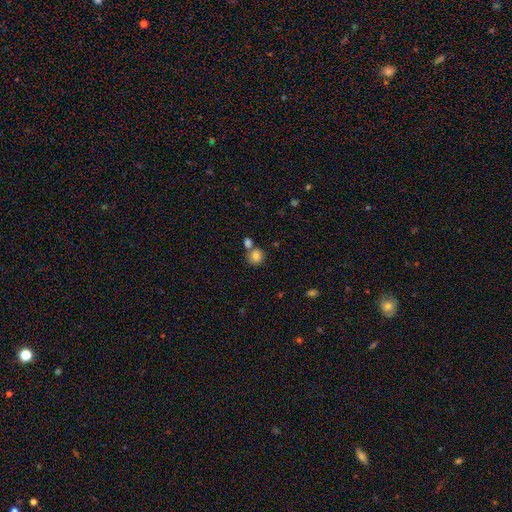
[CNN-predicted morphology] The model was most divided on "merging": none: 59%, merger: 28%, minor disturbance: 10%, major disturbance: 3%. More confident: how rounded — round (87%); smooth or featured — smooth (81%).